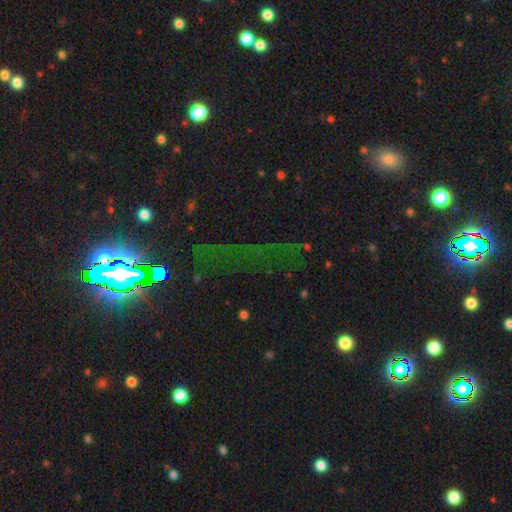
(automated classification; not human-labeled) Q: Smooth or featured?
A: star or artifact (72%); runner-up: smooth (16%)